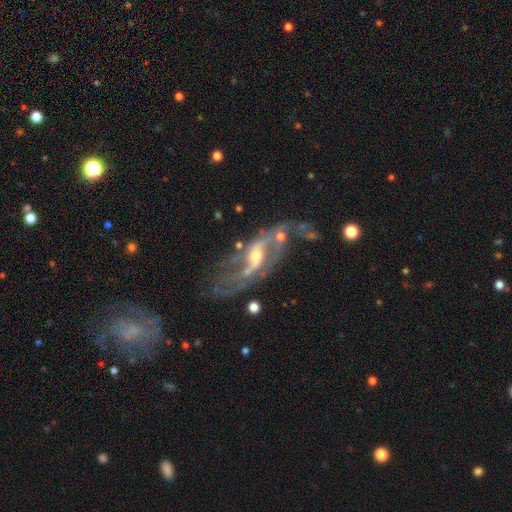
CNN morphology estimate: Smooth or featured? Predicted: featured or disk (p=0.86). Edge-on disk? Predicted: no (p=0.92). Bar? Predicted: weak (p=0.40). Spiral arms? Predicted: yes (p=0.90). Spiral winding? Predicted: loose (p=0.50). Spiral arm count? Predicted: 2 (p=0.78). Bulge size? Predicted: moderate (p=0.48). Merging? Predicted: none (p=0.45).